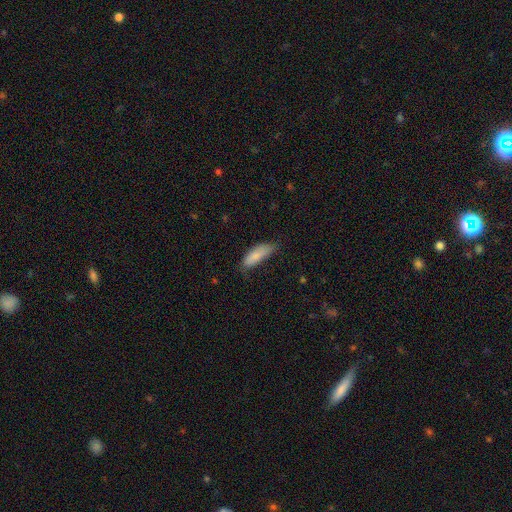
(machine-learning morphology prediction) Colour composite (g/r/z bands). It shows a smooth galaxy with no disk features (83%) that is in between round and cigar-shaped (63%). Merging: none (56%).